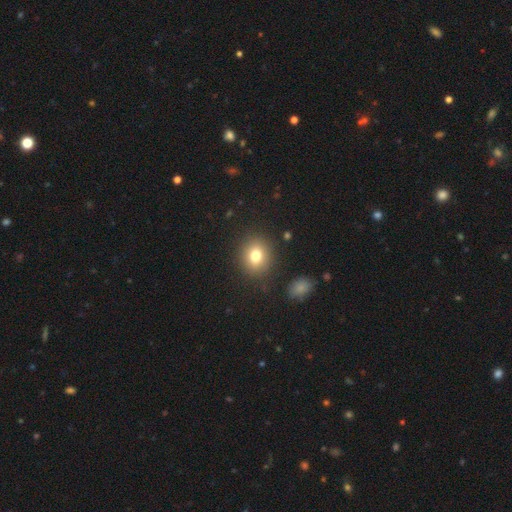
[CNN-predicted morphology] type=smooth (78%); roundness=round (70%); merging=none (87%).